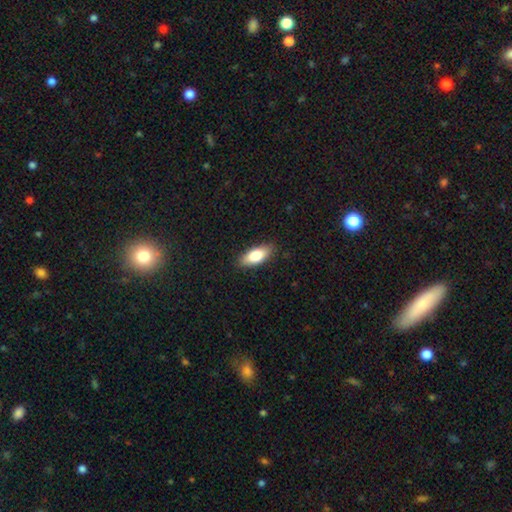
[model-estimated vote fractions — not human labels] A smooth galaxy with no disk features (79%) that is in between round and cigar-shaped (81%).

Vote fractions:
- Smooth or featured? smooth: 79% / featured or disk: 15% / star or artifact: 6%
- How rounded? in between: 81% / cigar-shaped: 16% / round: 3%
- Merging? none: 87% / minor disturbance: 10% / major disturbance: 2% / merger: 1%